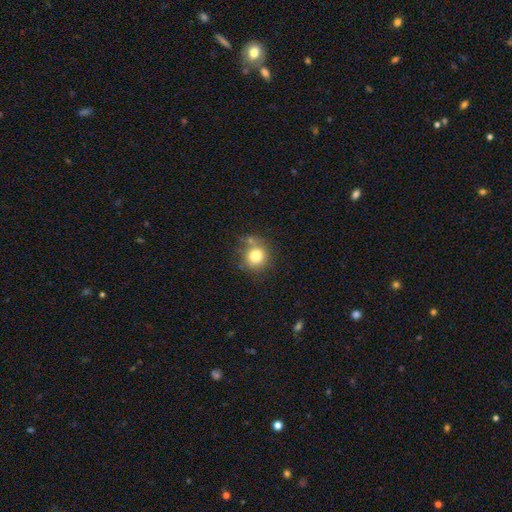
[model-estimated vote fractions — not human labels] This appears to be a smooth galaxy with no disk features (80%) that is round (87%). Merging: none (65%).